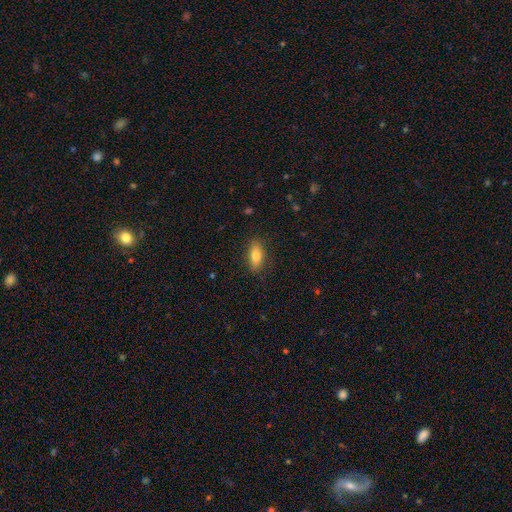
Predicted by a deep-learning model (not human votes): This appears to be a smooth galaxy with no disk features (77%) that is in between round and cigar-shaped (81%). Merging: none (85%).